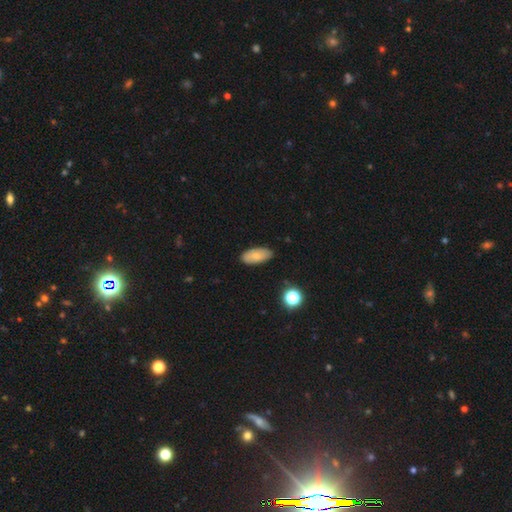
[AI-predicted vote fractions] This appears to be a smooth galaxy with no disk features (74%) that is in between round and cigar-shaped (90%). Merging: none (82%).